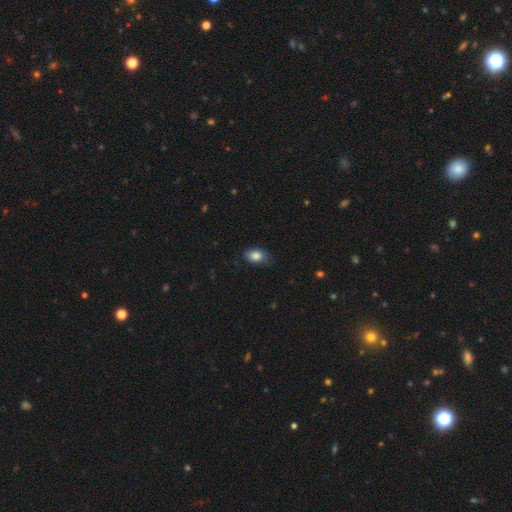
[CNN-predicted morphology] The model was most divided on "merging": none: 72%, minor disturbance: 22%, major disturbance: 5%, merger: 1%. More confident: smooth or featured — smooth (85%); how rounded — in between (81%).